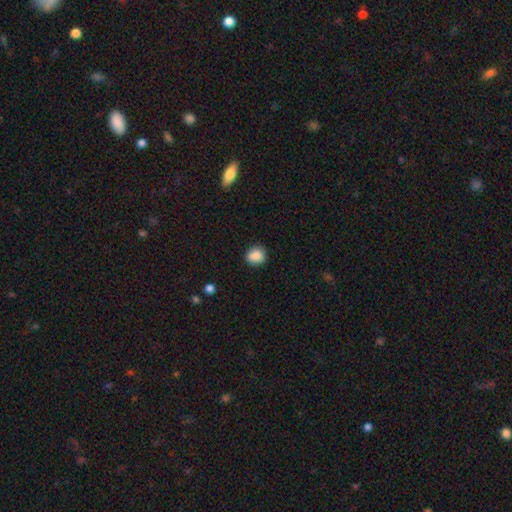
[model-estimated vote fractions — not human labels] Smooth or featured? Predicted: smooth (p=0.85). How rounded? Predicted: round (p=0.79). Merging? Predicted: none (p=0.79).